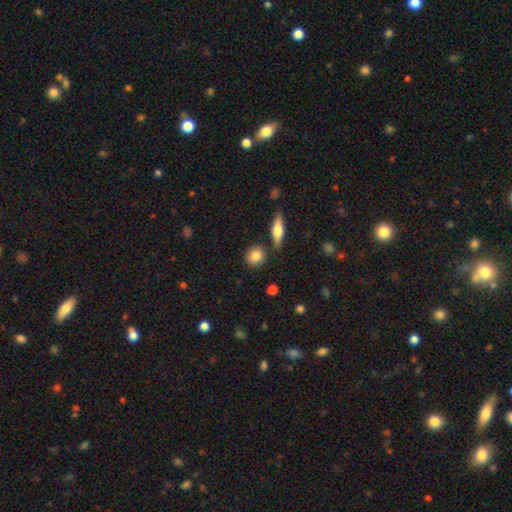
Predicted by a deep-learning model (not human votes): smooth_or_featured: smooth (p=0.84) [alt: featured or disk p=0.09]
how_rounded: round (p=0.79) [alt: in between p=0.18]
merging: none (p=0.83) [alt: minor disturbance p=0.09]